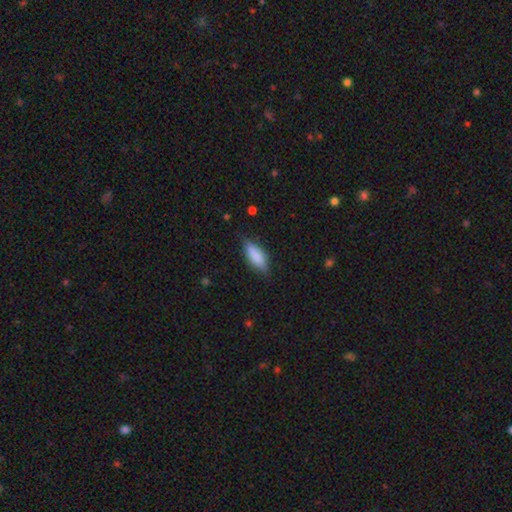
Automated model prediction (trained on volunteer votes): Overall: smooth (77%). How rounded: in between (63%; cigar-shaped 35%). Merging: none (75%).